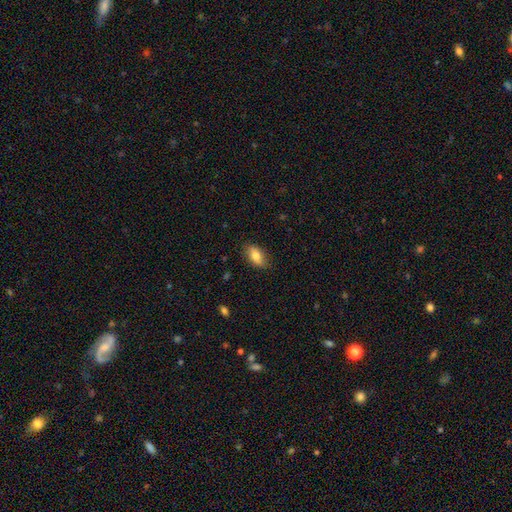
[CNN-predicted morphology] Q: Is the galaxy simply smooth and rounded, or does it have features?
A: smooth — 80%.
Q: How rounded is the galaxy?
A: in between — 90%.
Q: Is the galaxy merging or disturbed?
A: none — 84%.